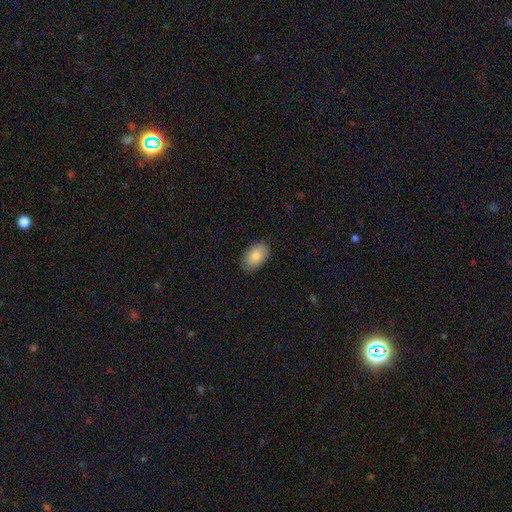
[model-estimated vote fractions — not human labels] Smooth or featured?
  - smooth: 84% *
  - featured or disk: 10%
  - star or artifact: 7%
How rounded?
  - in between: 92% *
  - round: 7%
  - cigar-shaped: 1%
Merging?
  - none: 88% *
  - minor disturbance: 10%
  - major disturbance: 2%
  - merger: 1%